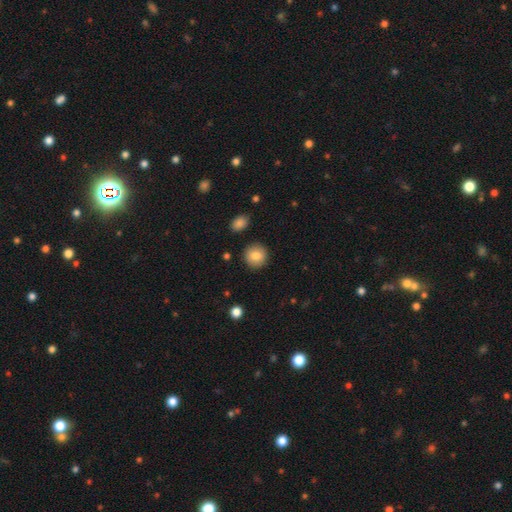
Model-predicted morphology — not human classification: A smooth galaxy with no disk features (84%) that is round (91%). Merging: none (90%).